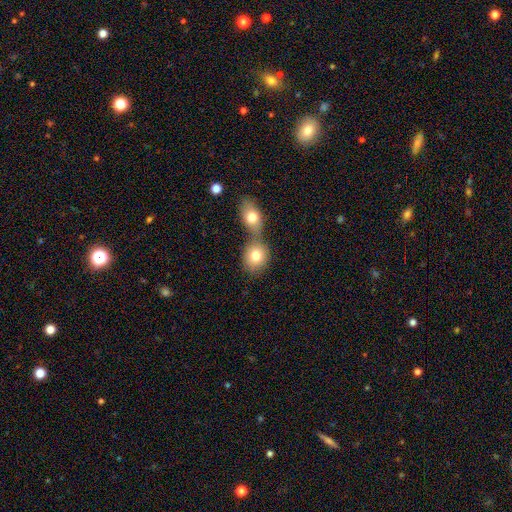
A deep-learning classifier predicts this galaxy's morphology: Q: Smooth or featured?
A: smooth (79%); runner-up: featured or disk (13%)
Q: How rounded?
A: round (64%); runner-up: in between (34%)
Q: Merging?
A: merger (50%); runner-up: none (39%)